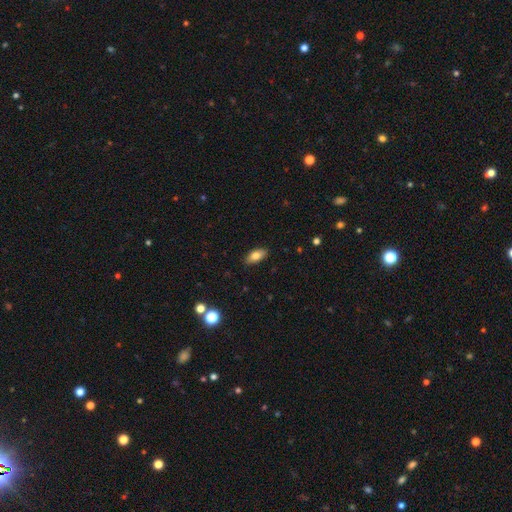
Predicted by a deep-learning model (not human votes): Smooth or featured? smooth (78%)
How rounded? in between (88%)
Merging? none (87%)